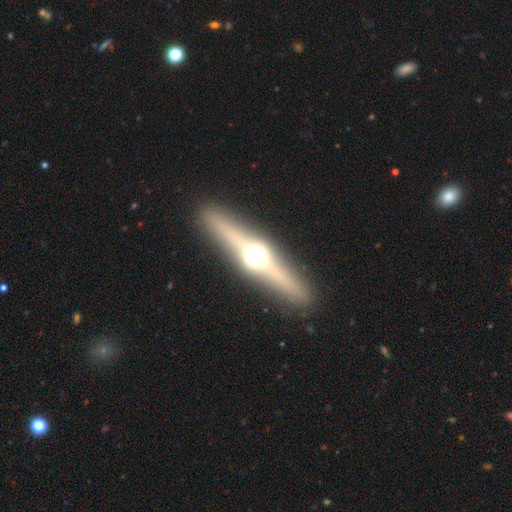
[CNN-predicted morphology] Smooth or featured? featured or disk (70%)
Edge-on disk? yes (95%)
Edge-on bulge? rounded (96%)
Merging? none (90%)